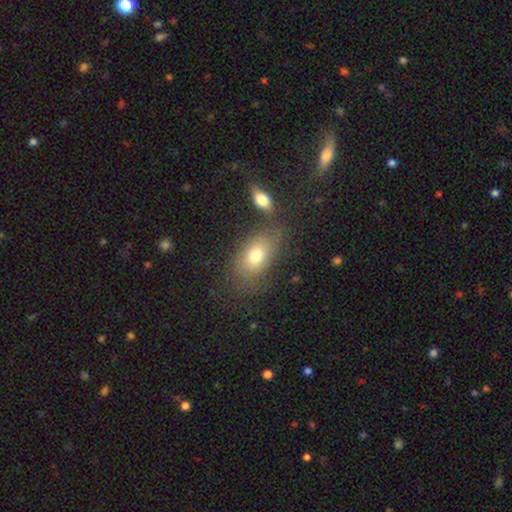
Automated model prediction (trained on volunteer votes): Morphology: type=smooth (73%); roundness=in between (84%); merging=none (64%).